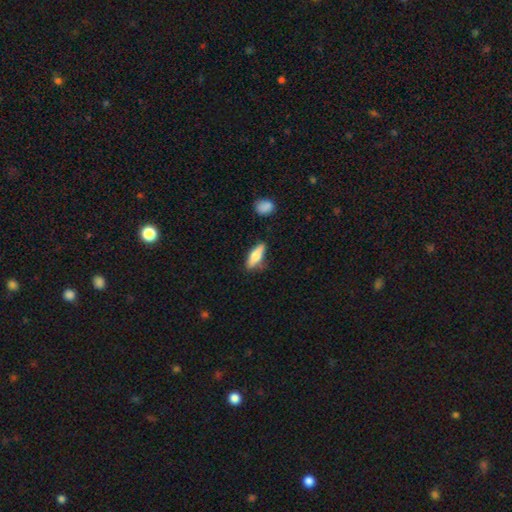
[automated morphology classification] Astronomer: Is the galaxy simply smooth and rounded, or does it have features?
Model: smooth — 63%.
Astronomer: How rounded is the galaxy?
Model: in between — 50% (runner-up: cigar-shaped, 47%).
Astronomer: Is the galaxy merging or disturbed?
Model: none — 75%.